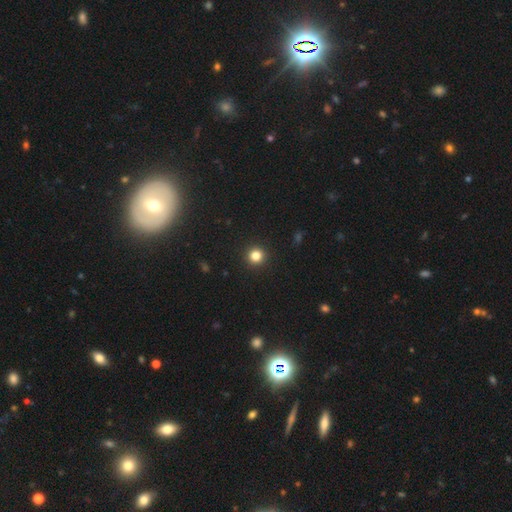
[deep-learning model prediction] Smooth or featured? Predicted: smooth (p=0.83). How rounded? Predicted: round (p=0.95). Merging? Predicted: none (p=0.93).